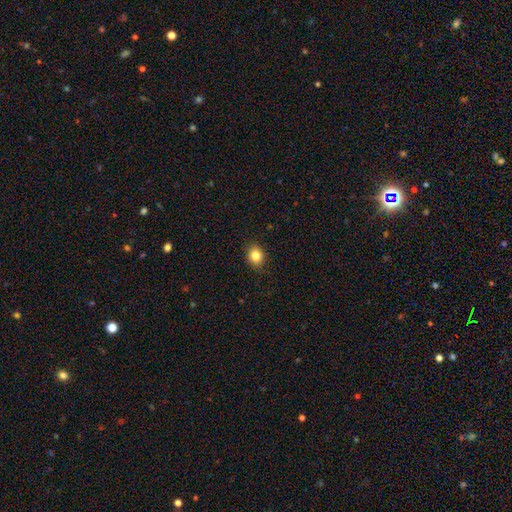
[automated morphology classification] Smooth or featured? smooth (83%)
How rounded? round (63%)
Merging? none (89%)